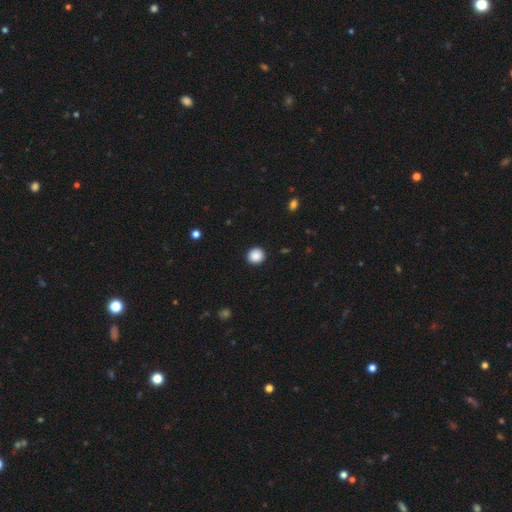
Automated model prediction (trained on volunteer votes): Smooth or featured? smooth (89%)
How rounded? round (91%)
Merging? none (92%)